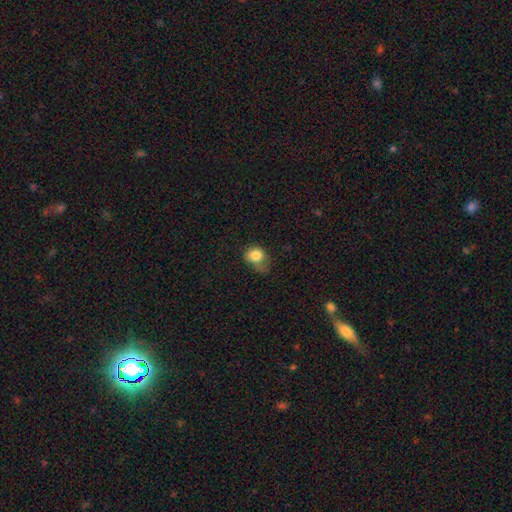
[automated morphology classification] type=smooth (81%); roundness=round (61%); merging=minor disturbance (38%).